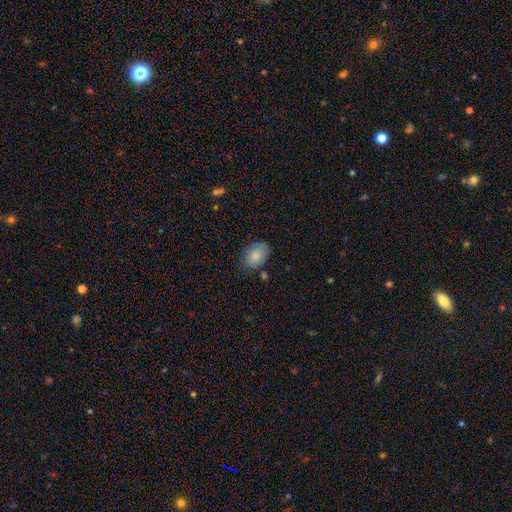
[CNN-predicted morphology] A smooth galaxy with no disk features (84%) that is in between round and cigar-shaped (81%).

Vote fractions:
- Smooth or featured? smooth: 84% / featured or disk: 9% / star or artifact: 7%
- How rounded? in between: 81% / round: 18% / cigar-shaped: 1%
- Merging? none: 73% / minor disturbance: 19% / major disturbance: 4% / merger: 3%